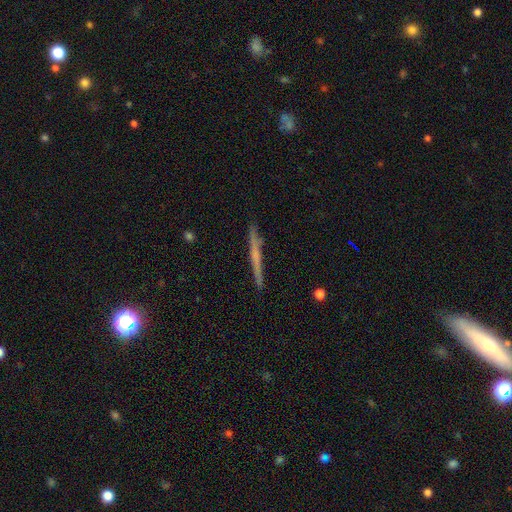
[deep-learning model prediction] Smooth or featured?
  - featured or disk: 52% *
  - smooth: 42%
  - star or artifact: 6%
Edge-on disk?
  - yes: 97% *
  - no: 3%
Edge-on bulge?
  - none: 78% *
  - rounded: 15%
  - boxy: 7%
Merging?
  - none: 89% *
  - minor disturbance: 8%
  - major disturbance: 2%
  - merger: 1%